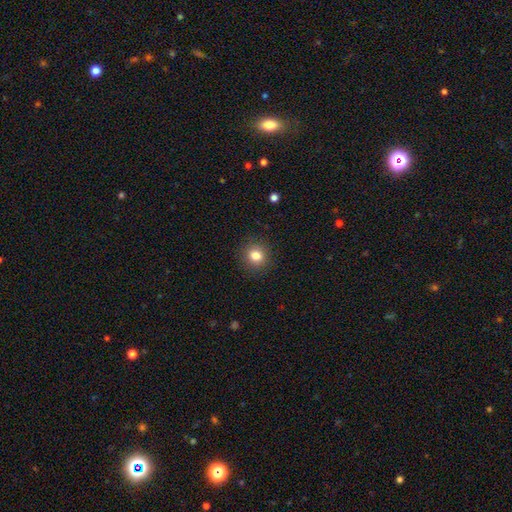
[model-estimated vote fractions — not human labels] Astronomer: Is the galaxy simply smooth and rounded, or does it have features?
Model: smooth — 82%.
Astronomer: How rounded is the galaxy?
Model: round — 91%.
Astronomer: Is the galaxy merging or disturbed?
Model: none — 91%.